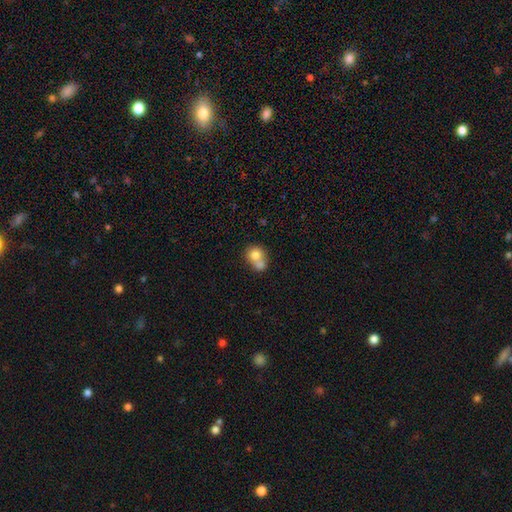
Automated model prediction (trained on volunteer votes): Overall: smooth (76%). How rounded: round (75%). Merging: merger (60%; none 29%).